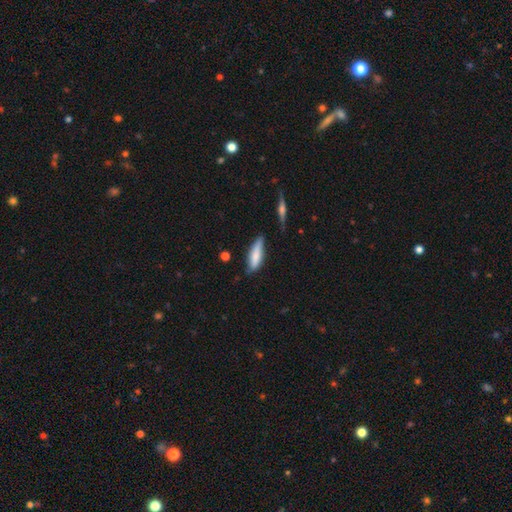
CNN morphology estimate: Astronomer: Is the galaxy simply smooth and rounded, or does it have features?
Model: smooth — 76%.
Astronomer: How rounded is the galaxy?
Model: cigar-shaped — 58% (runner-up: in between, 40%).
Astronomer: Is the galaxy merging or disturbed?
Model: none — 65%.